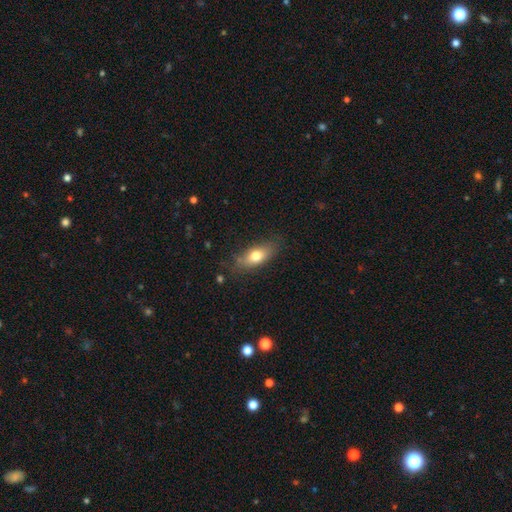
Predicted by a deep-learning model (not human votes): smooth-or-featured: smooth: 73% | featured or disk: 20% | star or artifact: 8%
  how-rounded: in between: 78% | cigar-shaped: 16% | round: 6%
  merging: none: 75% | minor disturbance: 18% | major disturbance: 5% | merger: 2%